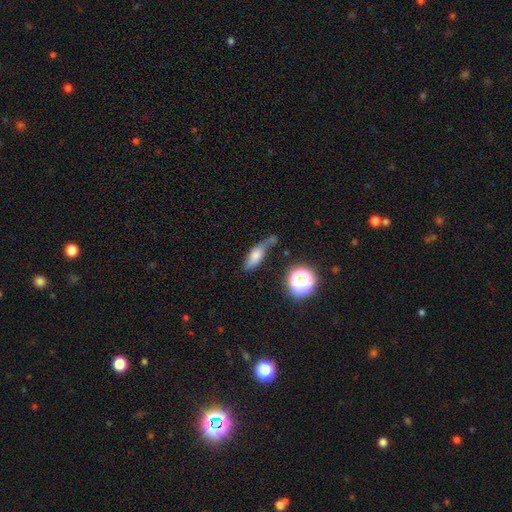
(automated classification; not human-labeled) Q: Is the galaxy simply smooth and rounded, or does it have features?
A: smooth — 61%.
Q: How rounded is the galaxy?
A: in between — 61%.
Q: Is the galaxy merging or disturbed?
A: none — 42%.